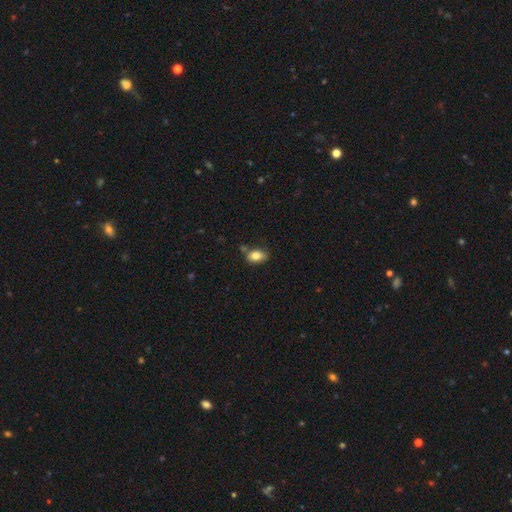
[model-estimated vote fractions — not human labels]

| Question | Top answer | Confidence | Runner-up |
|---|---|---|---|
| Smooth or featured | smooth | 82% | featured or disk (10%) |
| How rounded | in between | 87% | round (10%) |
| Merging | none | 68% | minor disturbance (19%) |